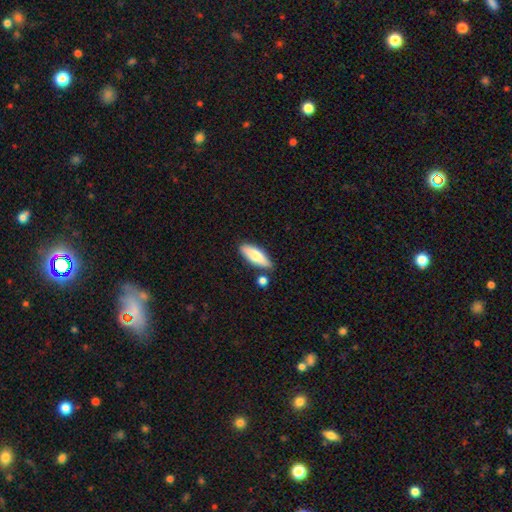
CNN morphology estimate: This appears to be a smooth galaxy with no disk features (78%) that is in between round and cigar-shaped (64%). Merging: none (76%).